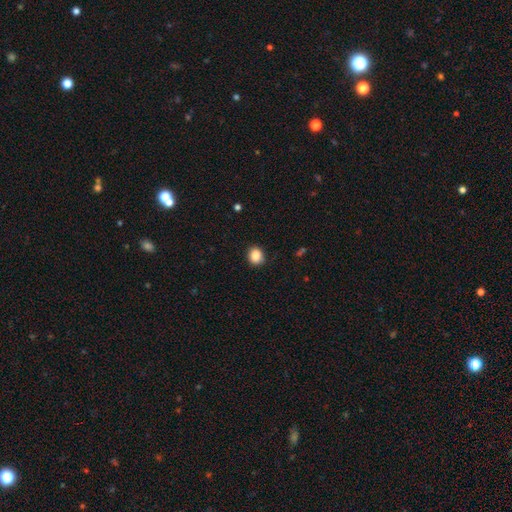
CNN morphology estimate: Smooth or featured: smooth — 87% (star or artifact — 9%)
How rounded: round — 67% (in between — 32%)
Merging: none — 88% (minor disturbance — 9%)